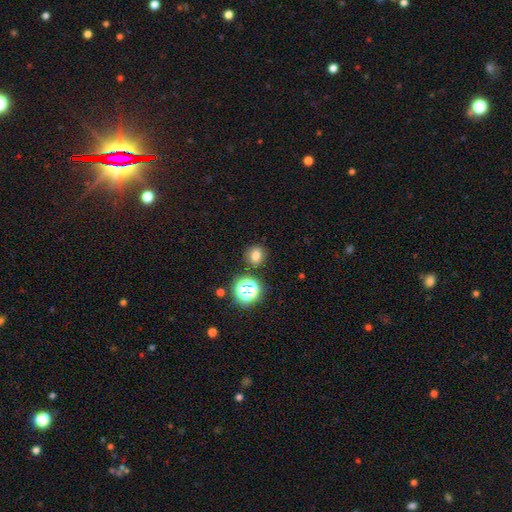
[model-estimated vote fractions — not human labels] Smooth or featured?
  - smooth: 71% *
  - star or artifact: 21%
  - featured or disk: 8%
How rounded?
  - round: 74% *
  - in between: 25%
  - cigar-shaped: 1%
Merging?
  - none: 83% *
  - minor disturbance: 9%
  - merger: 4%
  - major disturbance: 3%